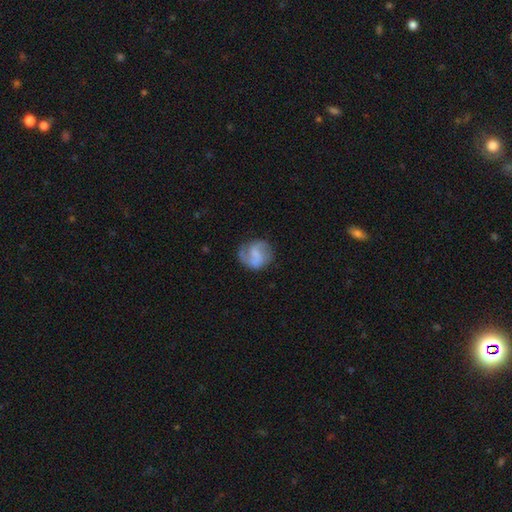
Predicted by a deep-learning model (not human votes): smooth_or_featured: featured or disk (p=0.59) [alt: smooth p=0.33]
disk_edge_on: no (p=0.98) [alt: yes p=0.02]
bar: weak (p=0.46) [alt: no p=0.37]
has_spiral_arms: yes (p=0.88) [alt: no p=0.12]
spiral_winding: medium (p=0.45) [alt: loose p=0.33]
spiral_arm_count: 2 (p=0.73) [alt: 1 p=0.15]
bulge_size: none (p=0.51) [alt: small p=0.26]
merging: none (p=0.66) [alt: minor disturbance p=0.20]